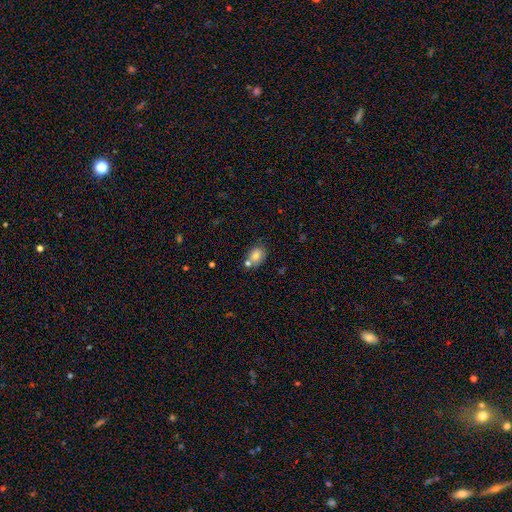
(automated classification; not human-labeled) smooth-or-featured: smooth: 77% | featured or disk: 13% | star or artifact: 10%
  how-rounded: in between: 65% | round: 34% | cigar-shaped: 1%
  merging: none: 57% | merger: 24% | minor disturbance: 15% | major disturbance: 4%